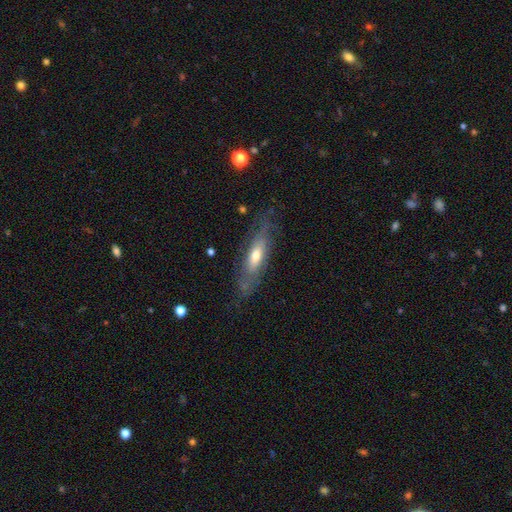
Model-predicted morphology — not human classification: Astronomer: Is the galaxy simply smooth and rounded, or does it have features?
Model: featured or disk — 56% (runner-up: smooth, 38%).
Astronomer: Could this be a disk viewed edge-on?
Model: no — 61% (runner-up: yes, 39%).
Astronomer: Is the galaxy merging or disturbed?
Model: none — 71%.